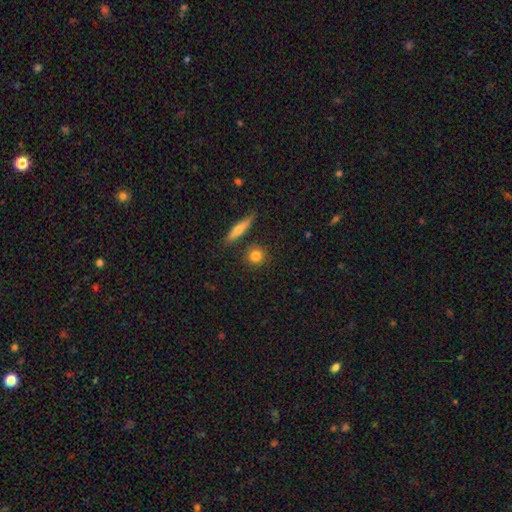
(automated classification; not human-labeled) Overall: smooth (82%). How rounded: round (82%). Merging: none (83%).